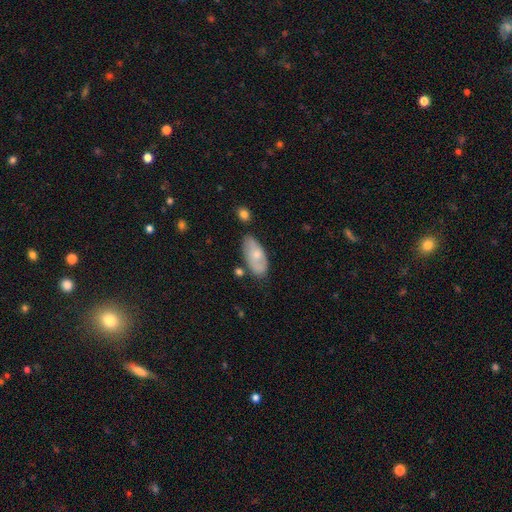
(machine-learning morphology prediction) The model was most divided on "smooth or featured": smooth: 63%, featured or disk: 31%, star or artifact: 6%. More confident: how rounded — in between (91%); merging — none (67%).